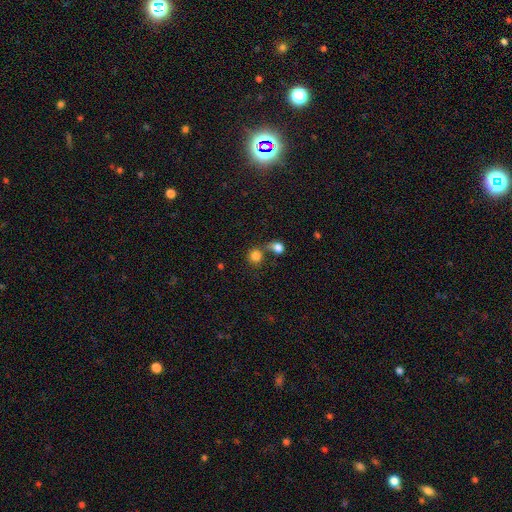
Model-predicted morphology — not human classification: This is clearly a smooth galaxy (82%). How rounded: clearly round (86%). Merging: possibly none (51%).